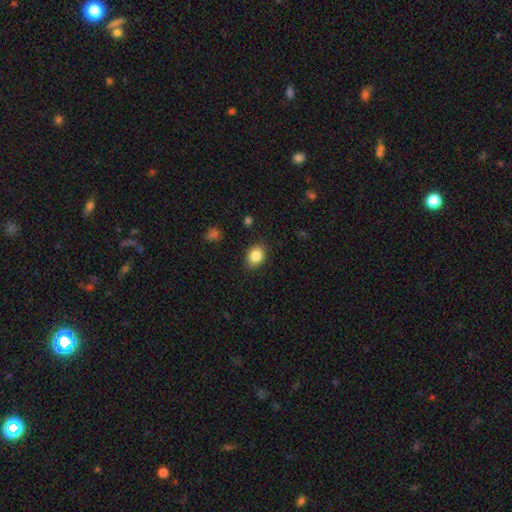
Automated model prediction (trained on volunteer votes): Smooth or featured? smooth (85%)
How rounded? in between (62%)
Merging? none (86%)